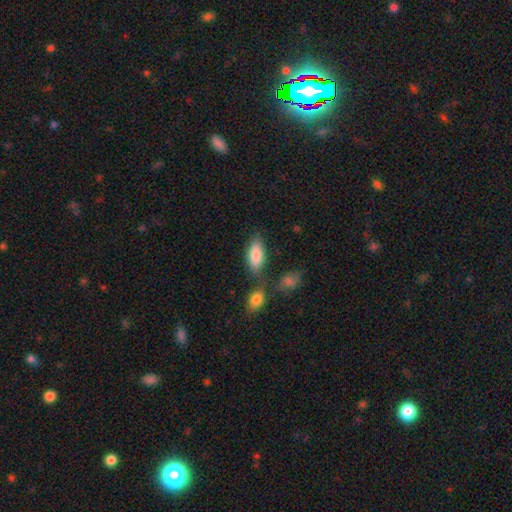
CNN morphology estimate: Overall: smooth (85%). How rounded: in between (85%). Merging: none (65%).